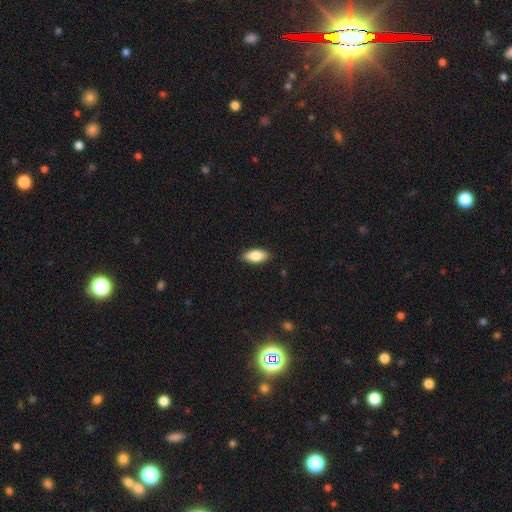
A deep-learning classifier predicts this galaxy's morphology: The model was most divided on "smooth or featured": smooth: 82%, featured or disk: 12%, star or artifact: 6%. More confident: merging — none (89%); how rounded — in between (88%).